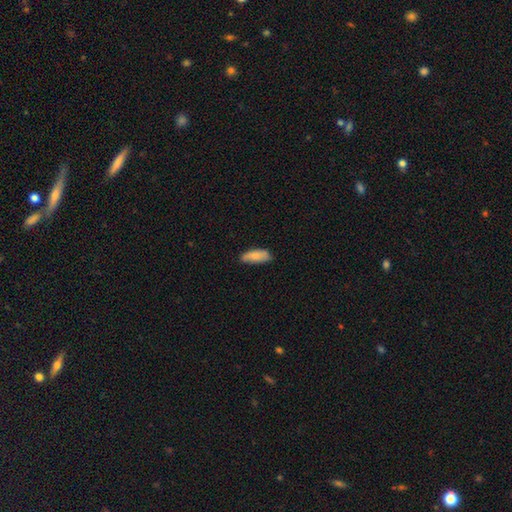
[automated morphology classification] Smooth or featured? smooth (83%)
How rounded? in between (77%)
Merging? none (73%)